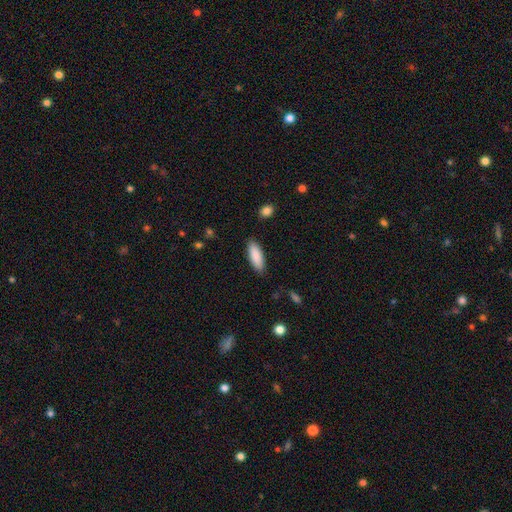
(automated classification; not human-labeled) Q: Smooth or featured?
A: smooth (88%); runner-up: featured or disk (6%)
Q: How rounded?
A: in between (66%); runner-up: cigar-shaped (32%)
Q: Merging?
A: none (87%); runner-up: minor disturbance (10%)